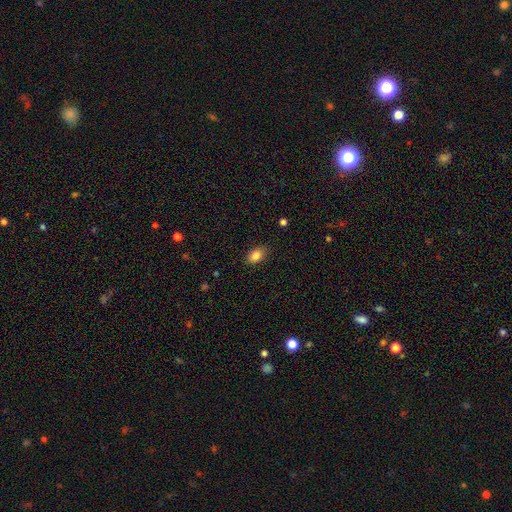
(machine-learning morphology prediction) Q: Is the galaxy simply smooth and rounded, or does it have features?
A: smooth — 85%.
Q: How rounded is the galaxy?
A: in between — 88%.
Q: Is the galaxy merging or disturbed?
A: none — 85%.